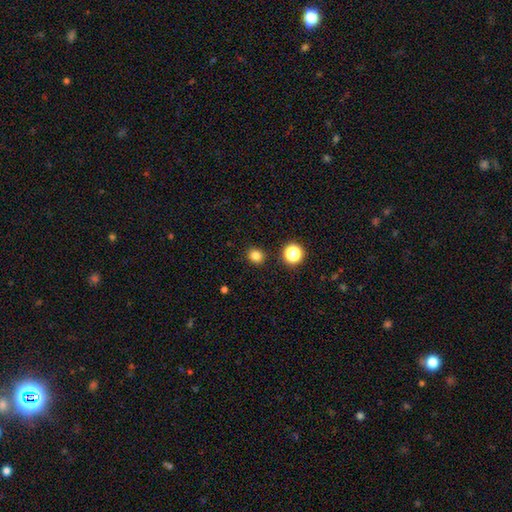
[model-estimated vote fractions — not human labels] The model was most divided on "how rounded": round: 82%, in between: 17%, cigar-shaped: 1%. More confident: merging — none (90%); smooth or featured — smooth (82%).